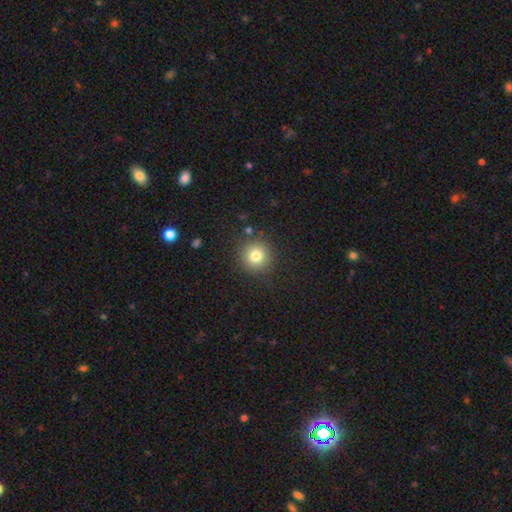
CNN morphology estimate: Smooth or featured?
  - smooth: 80% *
  - star or artifact: 12%
  - featured or disk: 8%
How rounded?
  - round: 94% *
  - in between: 5%
  - cigar-shaped: 1%
Merging?
  - none: 88% *
  - minor disturbance: 7%
  - major disturbance: 3%
  - merger: 2%